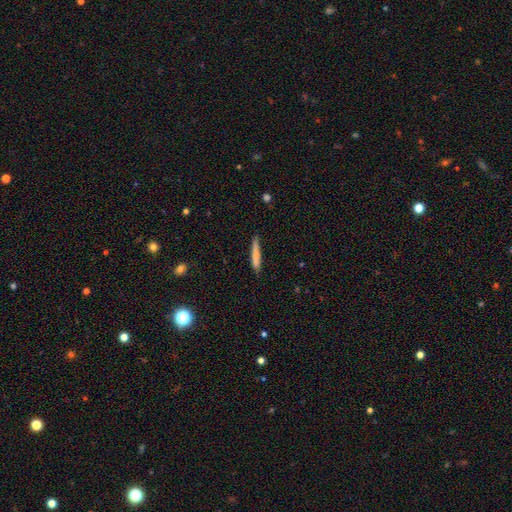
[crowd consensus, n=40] smooth 60%, featured or disk 32%, star or artifact 8%. Down the decision tree: how rounded — cigar-shaped (100%); merging — none (78%).